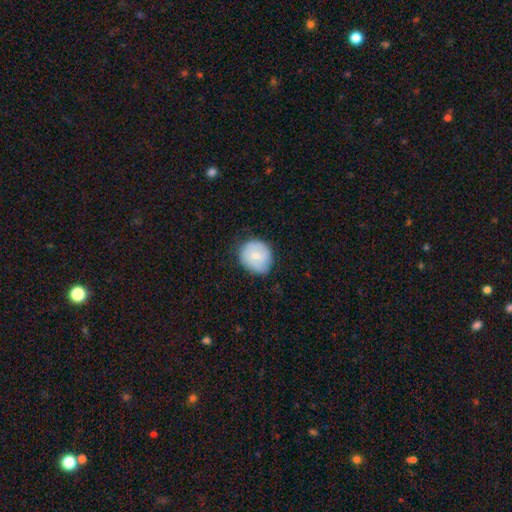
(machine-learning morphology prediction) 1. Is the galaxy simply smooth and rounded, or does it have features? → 62% smooth, 31% featured or disk, 7% star or artifact.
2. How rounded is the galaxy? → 82% round, 17% in between, 1% cigar-shaped.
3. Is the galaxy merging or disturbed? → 69% none, 25% minor disturbance, 5% major disturbance, 1% merger.